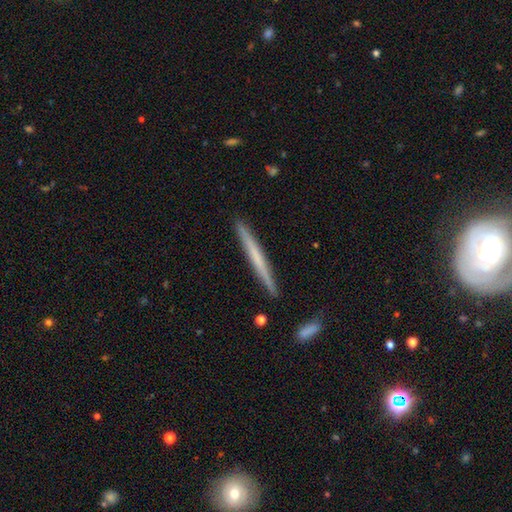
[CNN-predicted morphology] This appears to be a smooth galaxy with no disk features (48%). Merging: none (91%).